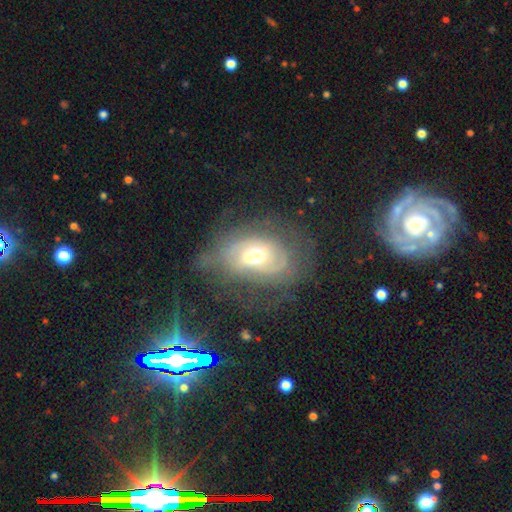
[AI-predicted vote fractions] featured or disk 67%, smooth 22%, star or artifact 10%. Down the decision tree: edge-on disk — no (94%); bar — no (62%); spiral arms — yes (72%); bulge size — moderate (67%); merging — none (48%).